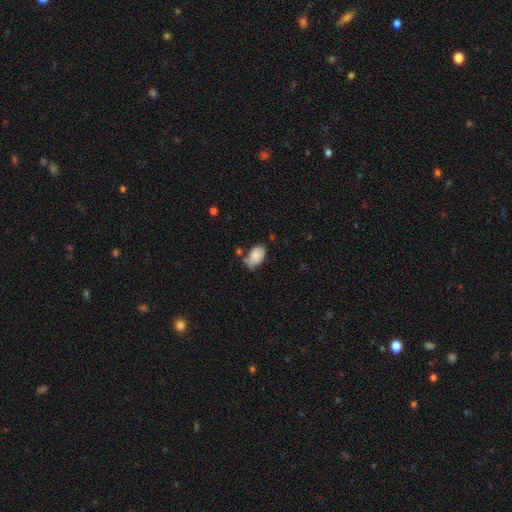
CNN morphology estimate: Smooth or featured? smooth (85%)
How rounded? in between (92%)
Merging? none (59%)